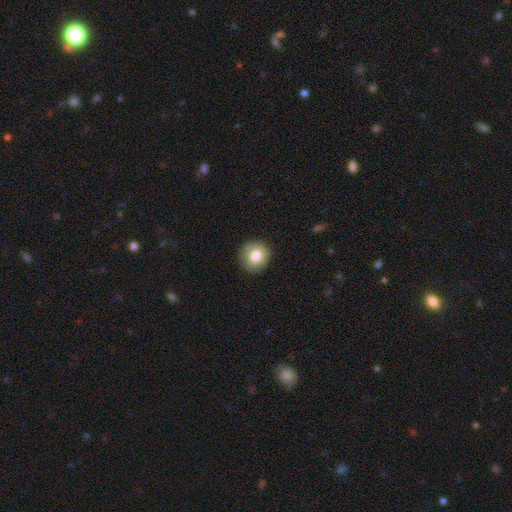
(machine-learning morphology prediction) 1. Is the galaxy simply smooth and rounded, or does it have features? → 81% smooth, 11% featured or disk, 8% star or artifact.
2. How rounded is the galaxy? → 83% round, 16% in between, 1% cigar-shaped.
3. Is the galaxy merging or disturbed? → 86% none, 10% minor disturbance, 3% major disturbance, 1% merger.